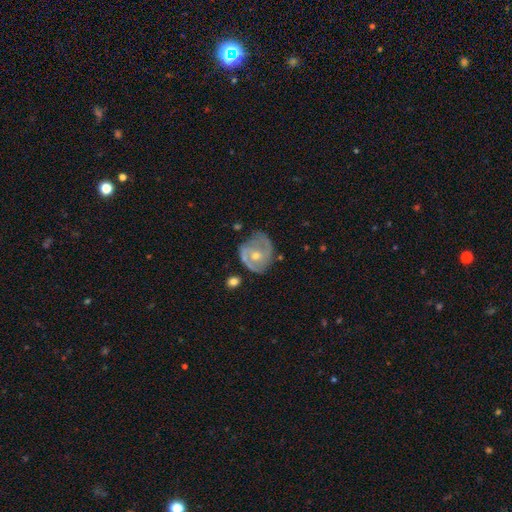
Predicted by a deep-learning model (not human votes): featured or disk 73%, smooth 20%, star or artifact 7%. Down the decision tree: edge-on disk — no (97%); bar — no (71%); spiral arms — yes (76%); spiral arm count — 2 (58%); spiral winding — tight (46%); bulge size — moderate (59%); merging — none (60%).